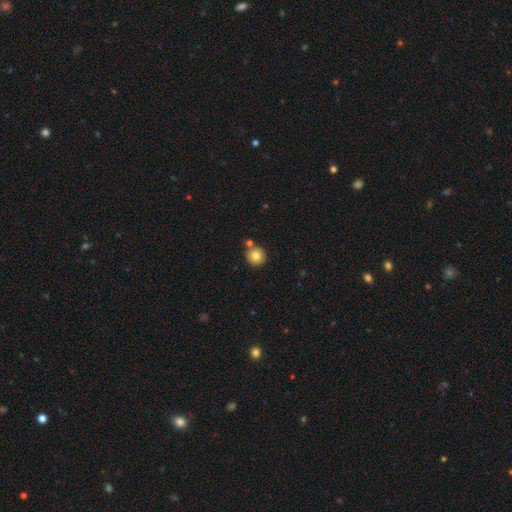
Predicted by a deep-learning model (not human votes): This appears to be a smooth galaxy with no disk features (81%) that is round (94%). Merging: none (78%).